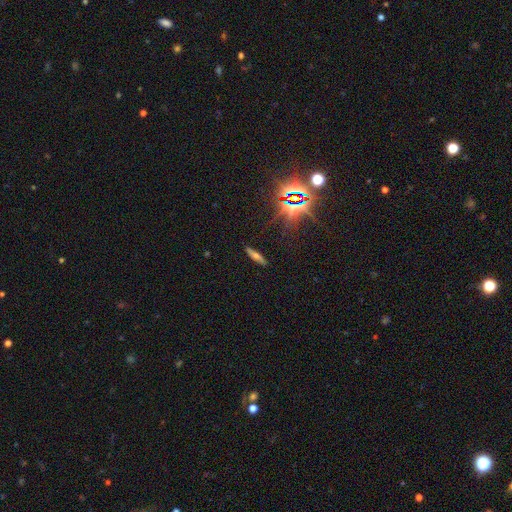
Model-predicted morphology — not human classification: Smooth or featured? Predicted: smooth (p=0.38). Merging? Predicted: none (p=0.88).